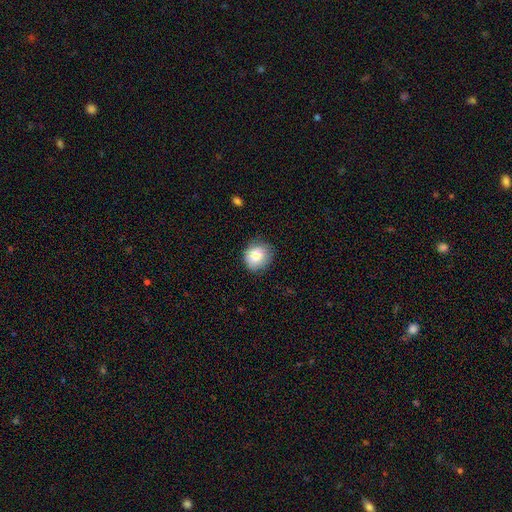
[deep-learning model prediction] Morphology: type=smooth (84%); roundness=round (70%); merging=none (71%).